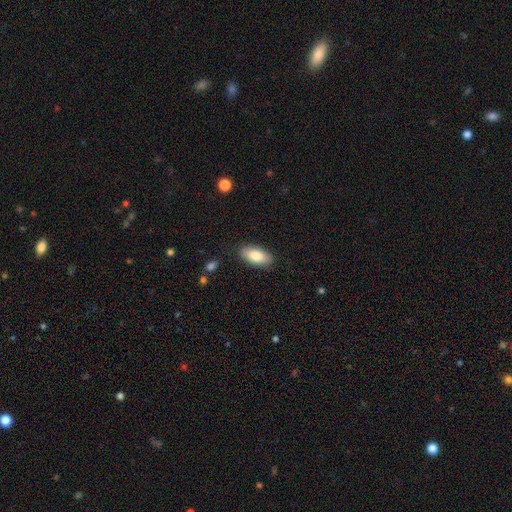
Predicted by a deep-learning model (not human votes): smooth_or_featured: smooth (p=0.83) [alt: featured or disk p=0.11]
how_rounded: in between (p=0.89) [alt: cigar-shaped p=0.09]
merging: none (p=0.86) [alt: minor disturbance p=0.10]